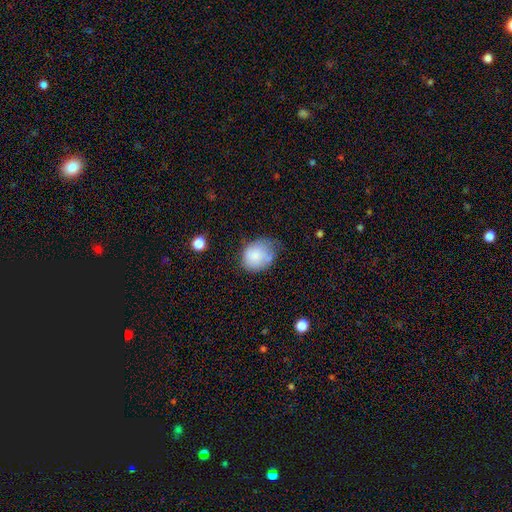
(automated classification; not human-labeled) This is likely a smooth galaxy (76%). How rounded: possibly round (52%). Merging: marginally none (41%).